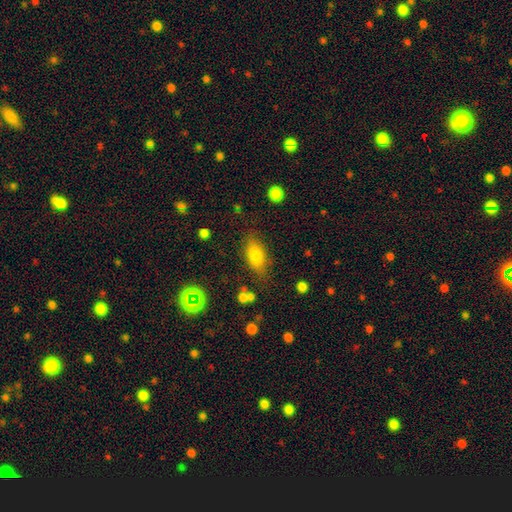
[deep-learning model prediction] Smooth or featured?
  - smooth: 77% *
  - featured or disk: 14%
  - star or artifact: 9%
How rounded?
  - in between: 82% *
  - cigar-shaped: 13%
  - round: 5%
Merging?
  - none: 75% *
  - minor disturbance: 16%
  - major disturbance: 5%
  - merger: 4%